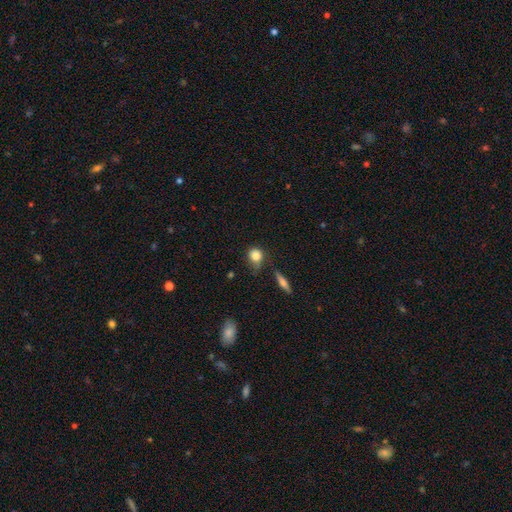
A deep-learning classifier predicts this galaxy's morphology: Smooth or featured? smooth (83%)
How rounded? round (72%)
Merging? none (55%)